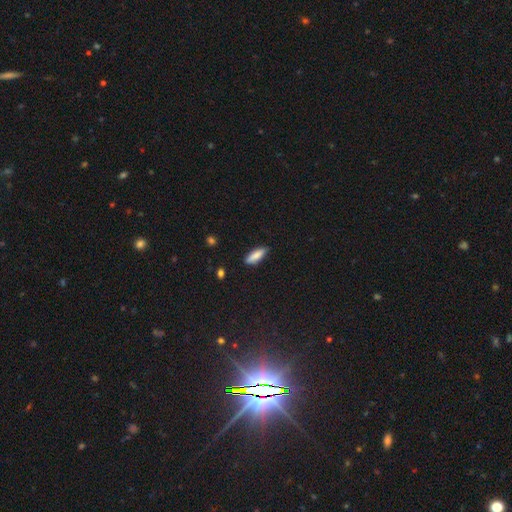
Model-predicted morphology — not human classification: smooth-or-featured: smooth: 85% | featured or disk: 9% | star or artifact: 6%
  how-rounded: in between: 55% | cigar-shaped: 43% | round: 2%
  merging: none: 83% | minor disturbance: 14% | major disturbance: 2% | merger: 1%